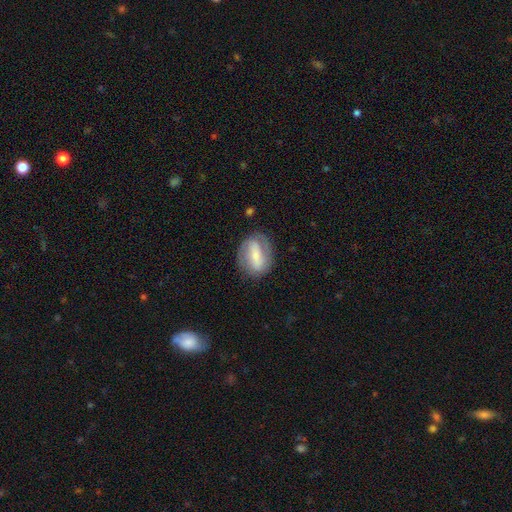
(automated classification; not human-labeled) Smooth or featured? featured or disk (55%)
Edge-on disk? no (94%)
Bar? strong (54%)
Spiral arms? yes (67%)
Bulge size? small (48%)
Merging? none (72%)